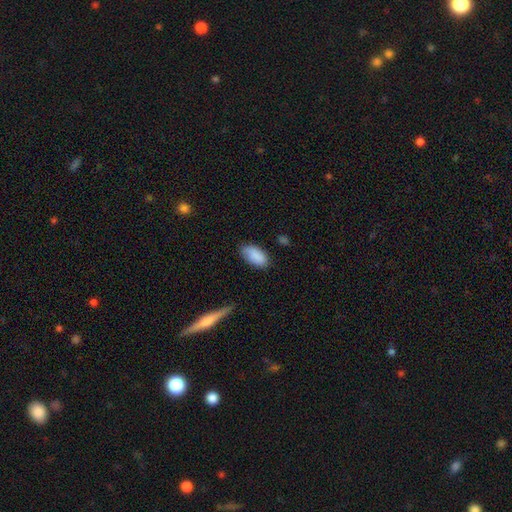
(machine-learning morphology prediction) Overall: smooth (87%). How rounded: in between (94%). Merging: none (72%).